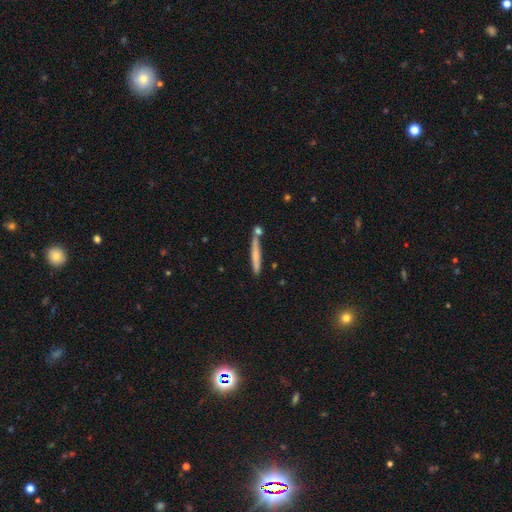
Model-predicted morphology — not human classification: Smooth or featured? smooth (62%)
How rounded? cigar-shaped (95%)
Merging? none (72%)